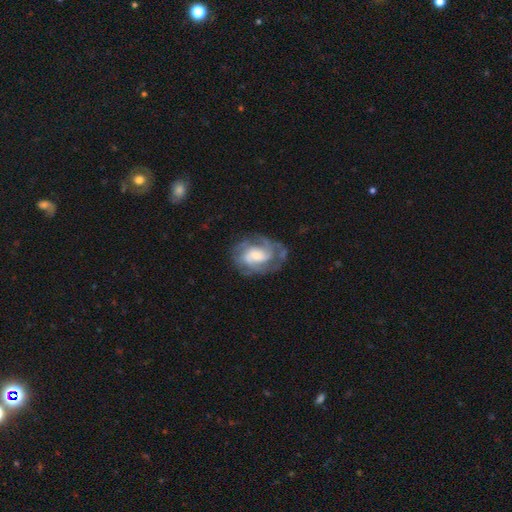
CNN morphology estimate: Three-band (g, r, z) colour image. It shows a featured or disk galaxy (79%) with no bar (53%), 2 (32%) tight (43%, tied with medium) spiral arms (92%) and a moderate central bulge (38%). Merging: none (62%).